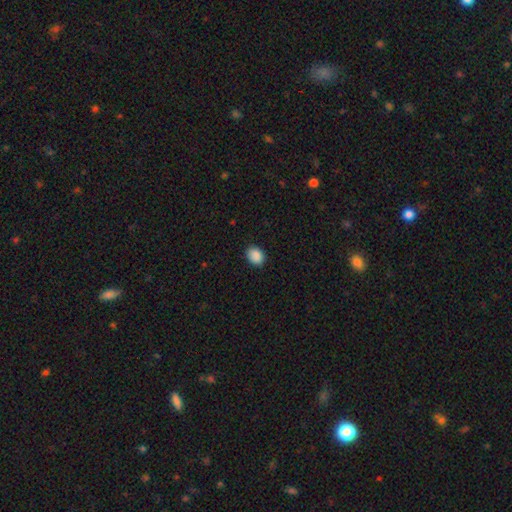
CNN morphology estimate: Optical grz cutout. It shows a smooth galaxy with no disk features (89%) that is in between round and cigar-shaped (62%). Merging: none (87%).